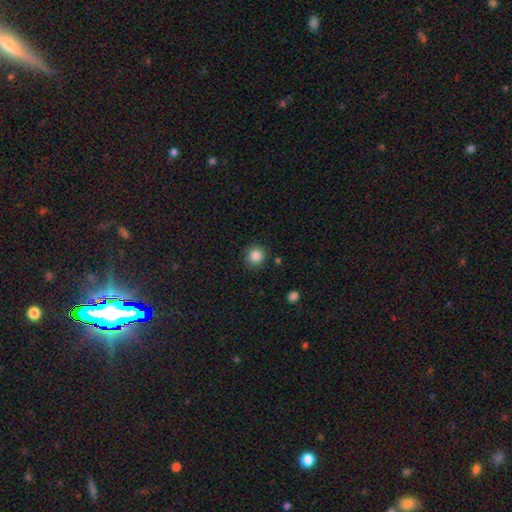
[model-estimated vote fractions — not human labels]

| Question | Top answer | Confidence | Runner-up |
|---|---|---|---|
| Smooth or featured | smooth | 86% | star or artifact (10%) |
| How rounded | round | 92% | in between (7%) |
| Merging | none | 88% | minor disturbance (8%) |